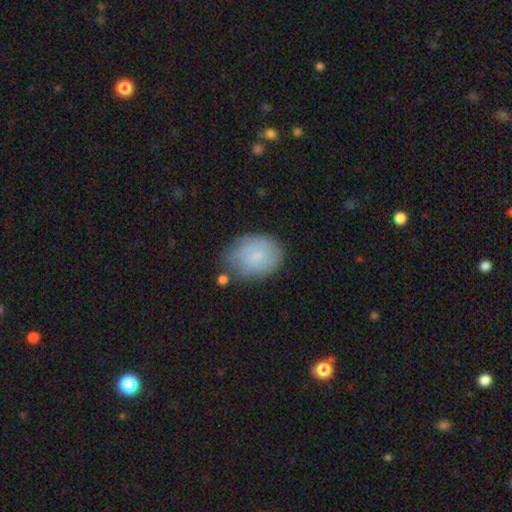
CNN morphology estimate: Smooth or featured?
  - smooth: 74% *
  - featured or disk: 19%
  - star or artifact: 7%
How rounded?
  - in between: 65% *
  - round: 33%
  - cigar-shaped: 1%
Merging?
  - none: 63% *
  - minor disturbance: 26%
  - major disturbance: 7%
  - merger: 4%